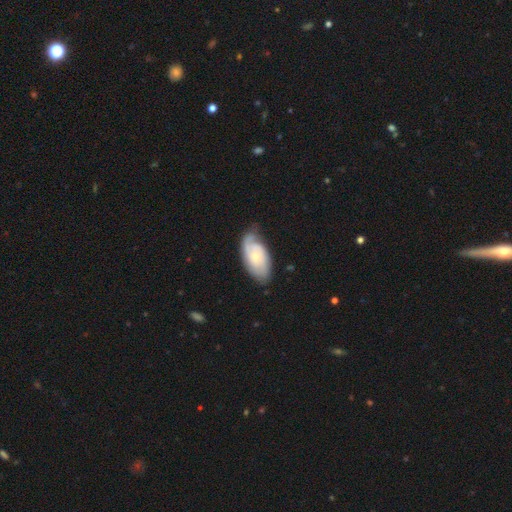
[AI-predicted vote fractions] A featured or disk galaxy (67%) with no bar (76%), 2 (40%) tight (59%) spiral arms (89%) and a small central bulge (58%). Merging: none (66%).